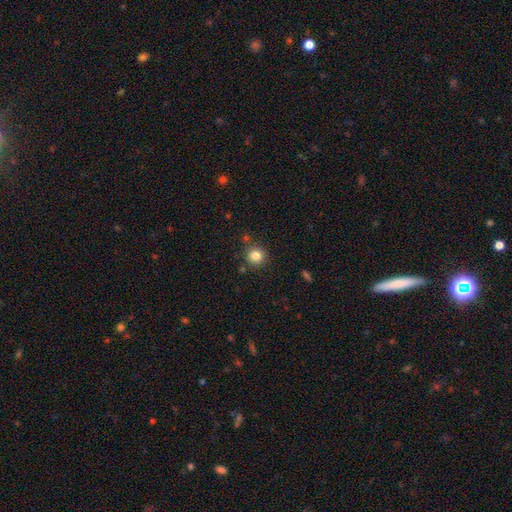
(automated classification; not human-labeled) Overall: smooth (83%). How rounded: round (93%). Merging: none (86%).